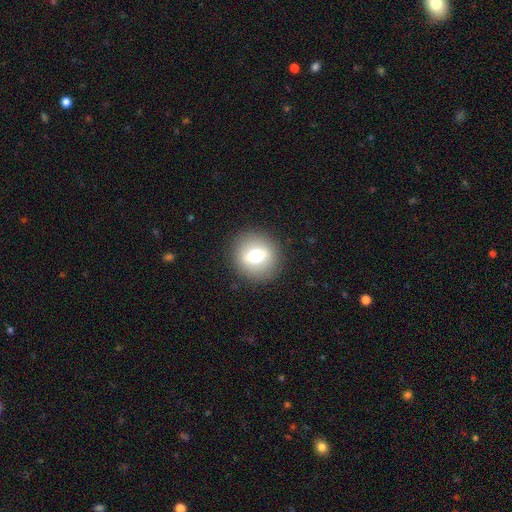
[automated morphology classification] A smooth galaxy with no disk features (57%) that is round (83%). Merging: none (88%).